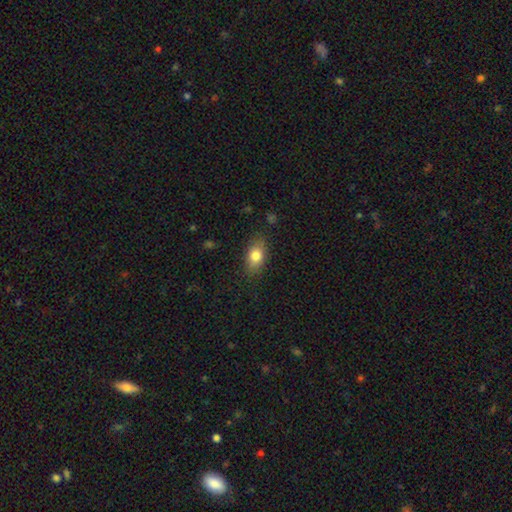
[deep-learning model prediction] Q: Smooth or featured?
A: smooth (80%); runner-up: featured or disk (12%)
Q: How rounded?
A: in between (83%); runner-up: round (12%)
Q: Merging?
A: none (82%); runner-up: minor disturbance (13%)